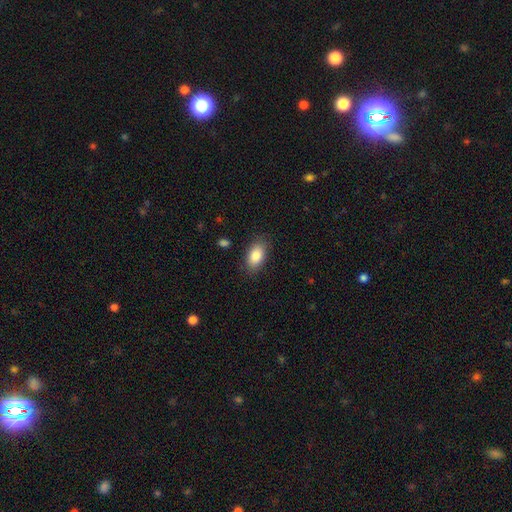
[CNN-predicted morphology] The model was most divided on "merging": none: 85%, minor disturbance: 11%, major disturbance: 3%, merger: 1%. More confident: how rounded — in between (91%); smooth or featured — smooth (85%).